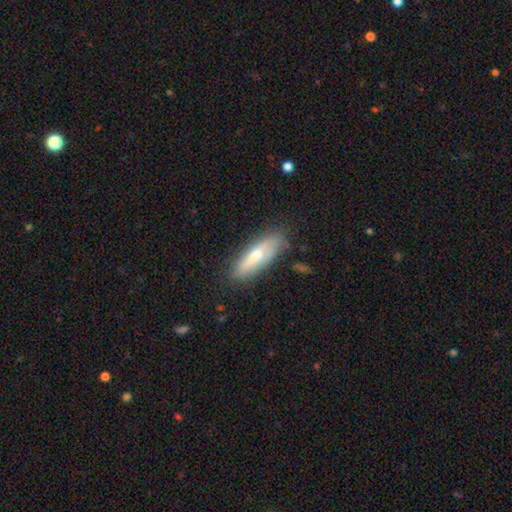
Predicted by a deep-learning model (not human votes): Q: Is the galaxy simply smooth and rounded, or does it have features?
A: smooth — 62%.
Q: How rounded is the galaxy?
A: cigar-shaped — 57%.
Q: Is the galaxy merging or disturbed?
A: none — 79%.